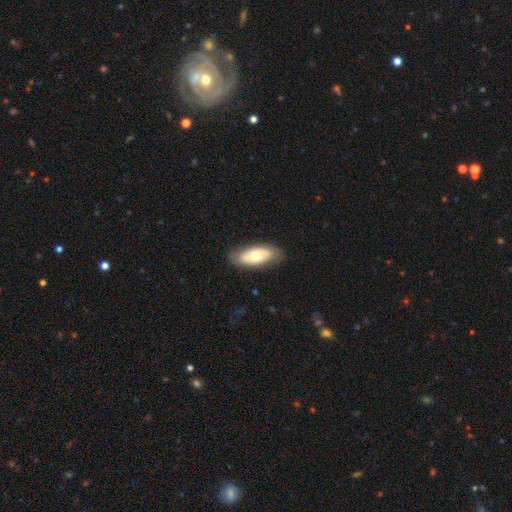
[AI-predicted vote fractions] Morphology: type=smooth (61%); roundness=in between (86%); merging=none (83%).